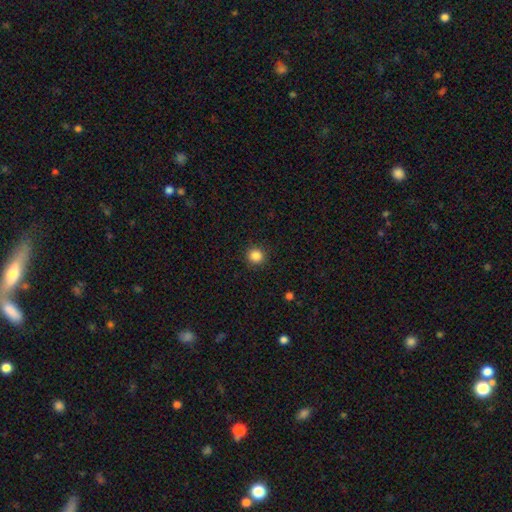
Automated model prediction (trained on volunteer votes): Smooth or featured? smooth (86%)
How rounded? round (94%)
Merging? none (92%)